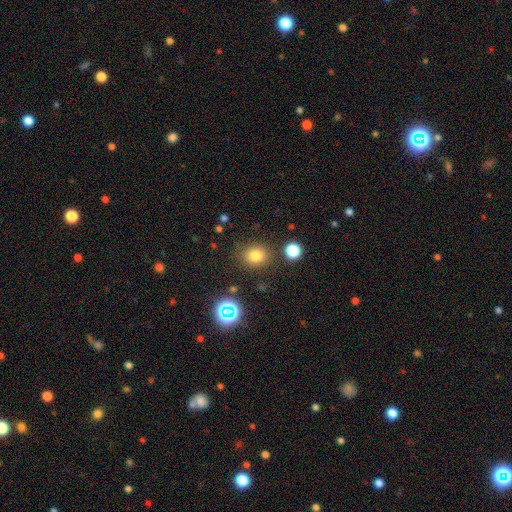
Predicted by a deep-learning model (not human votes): A smooth galaxy with no disk features (77%) that is round (74%). Merging: none (83%).